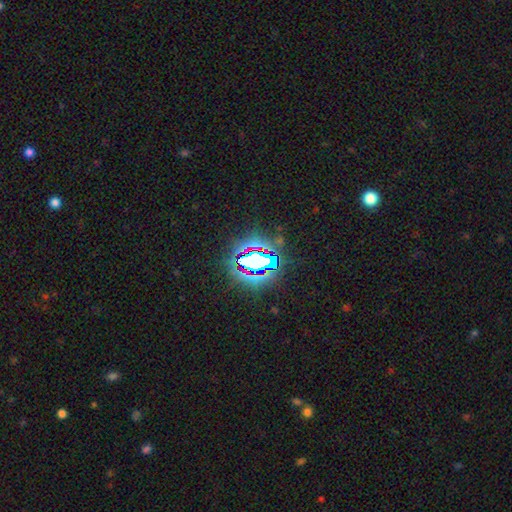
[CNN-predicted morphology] Overall: star or artifact (80%).